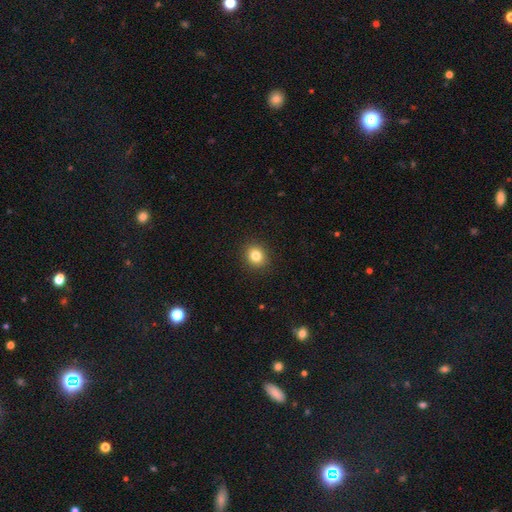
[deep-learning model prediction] This appears to be a smooth galaxy with no disk features (82%) that is round (75%). Merging: none (91%).